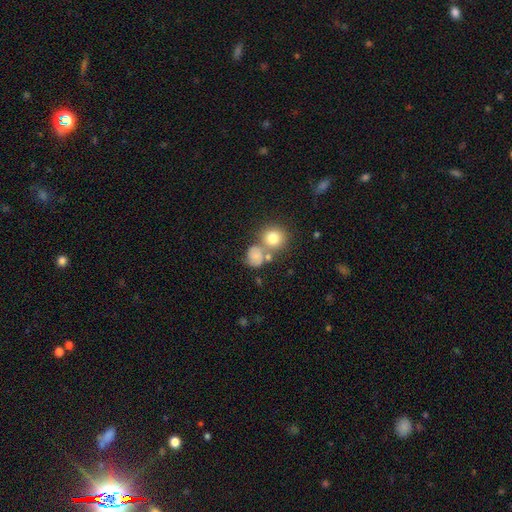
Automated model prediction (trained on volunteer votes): A smooth galaxy with no disk features (72%) that is round (76%). Merging: none (44%).